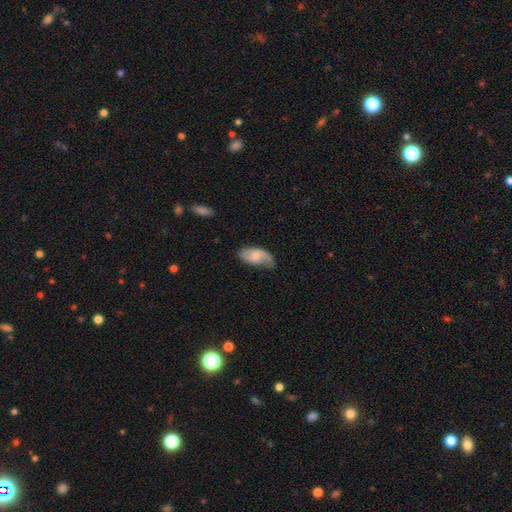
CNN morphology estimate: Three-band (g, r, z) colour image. It shows a featured or disk galaxy (51%). Merging: none (56%).